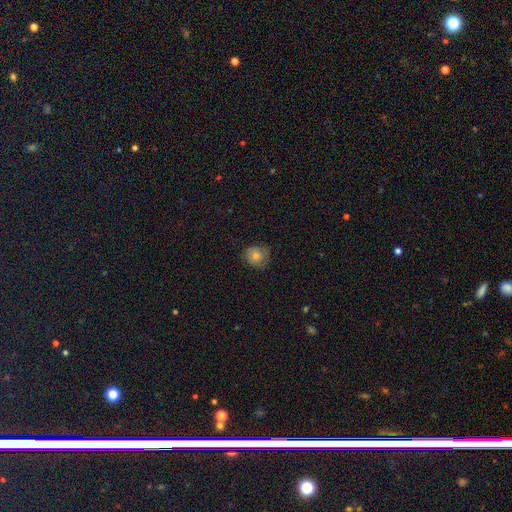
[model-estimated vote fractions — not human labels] Q: Smooth or featured?
A: smooth (67%); runner-up: featured or disk (21%)
Q: How rounded?
A: round (84%); runner-up: in between (15%)
Q: Merging?
A: none (74%); runner-up: minor disturbance (19%)